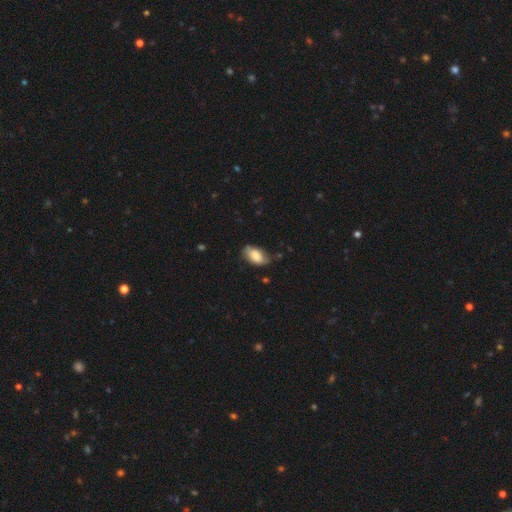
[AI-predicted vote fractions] Overall: smooth (75%). How rounded: in between (92%). Merging: none (62%; minor disturbance 28%).